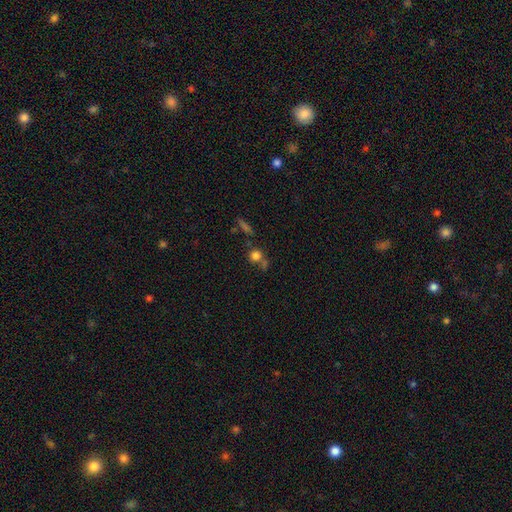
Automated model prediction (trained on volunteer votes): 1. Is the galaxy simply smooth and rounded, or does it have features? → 75% smooth, 15% star or artifact, 10% featured or disk.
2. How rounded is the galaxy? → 86% round, 12% in between, 2% cigar-shaped.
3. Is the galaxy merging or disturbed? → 53% none, 27% merger, 12% minor disturbance, 8% major disturbance.